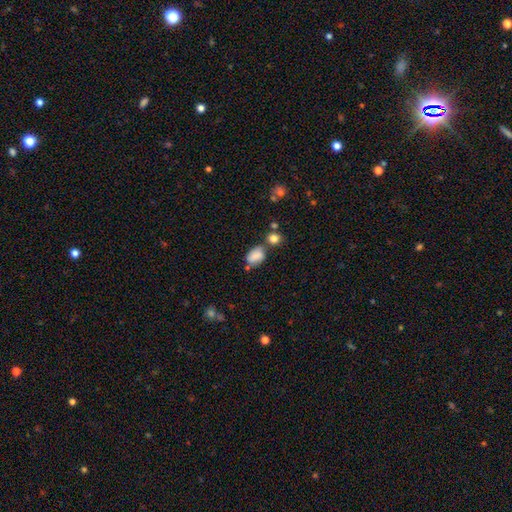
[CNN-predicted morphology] This appears to be a smooth galaxy with no disk features (80%) that is in between round and cigar-shaped (82%). Merging: none (49%).